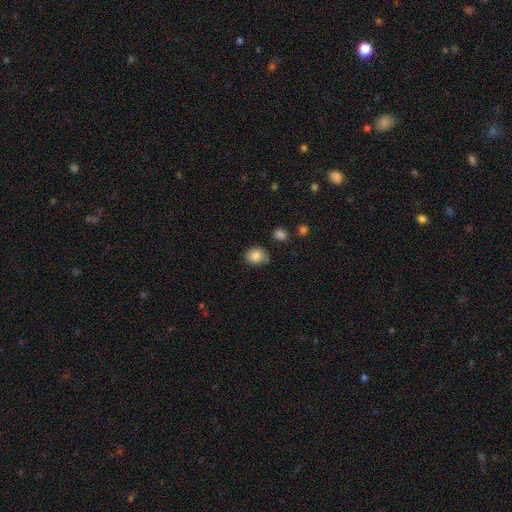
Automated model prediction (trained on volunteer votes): A smooth galaxy with no disk features (83%) that is round (57%). Merging: none (76%).